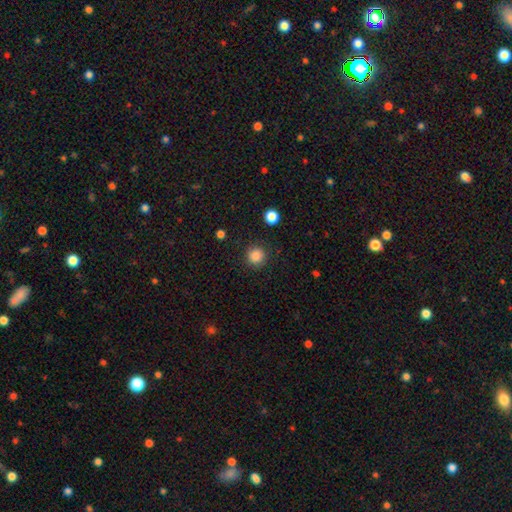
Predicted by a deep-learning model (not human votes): smooth-or-featured: smooth: 86% | star or artifact: 10% | featured or disk: 3%
  how-rounded: round: 94% | in between: 5% | cigar-shaped: 1%
  merging: none: 89% | minor disturbance: 7% | major disturbance: 3% | merger: 1%